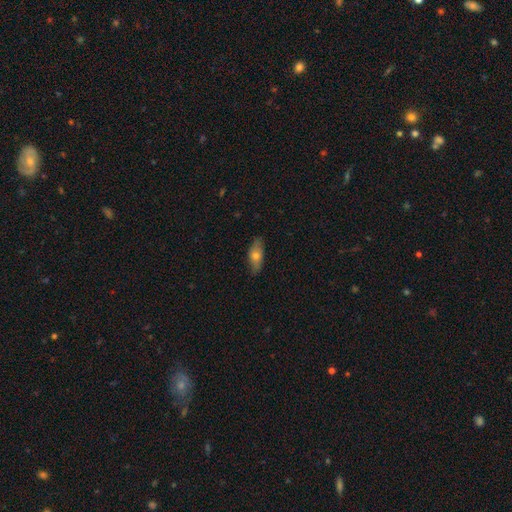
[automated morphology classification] smooth_or_featured: smooth (p=0.64) [alt: featured or disk p=0.30]
how_rounded: in between (p=0.72) [alt: cigar-shaped p=0.24]
merging: none (p=0.82) [alt: minor disturbance p=0.15]